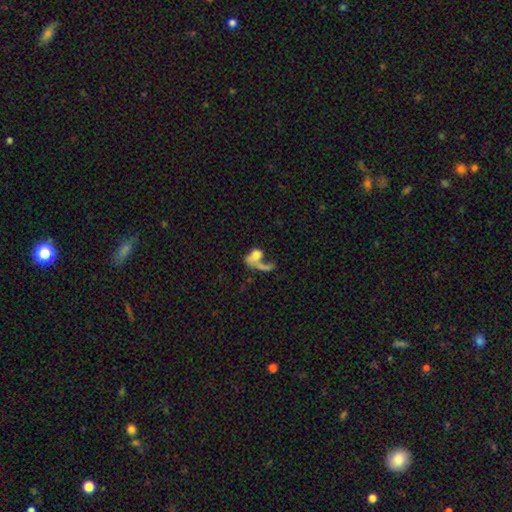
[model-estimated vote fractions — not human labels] Q: Smooth or featured?
A: smooth (52%); runner-up: featured or disk (37%)
Q: How rounded?
A: in between (67%); runner-up: round (27%)
Q: Merging?
A: major disturbance (36%); tied with: merger (36%)